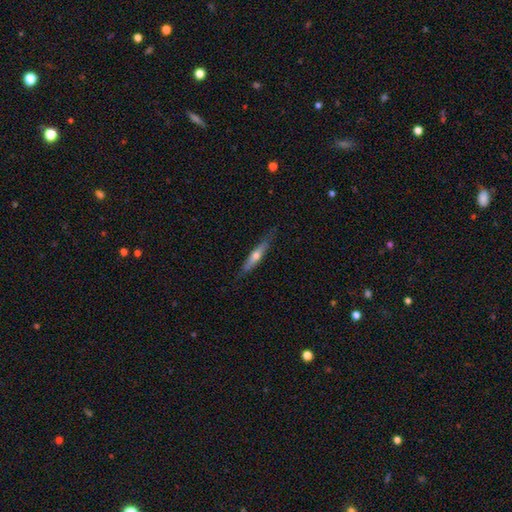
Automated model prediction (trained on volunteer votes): This appears to be a featured or disk galaxy (52%) viewed edge-on (90%). Merging: none (80%).